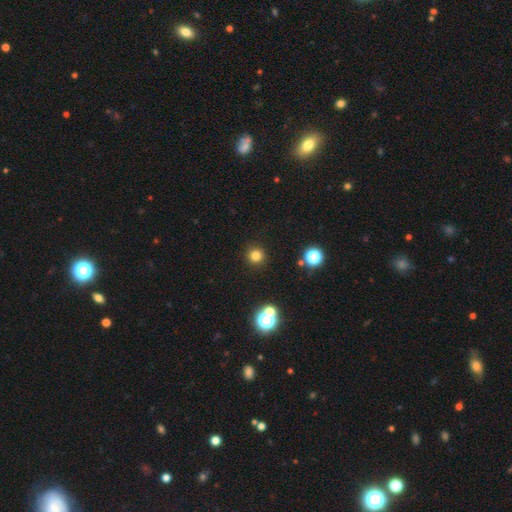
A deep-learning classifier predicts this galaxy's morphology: A smooth galaxy with no disk features (78%) that is round (96%).

Vote fractions:
- Smooth or featured? smooth: 78% / star or artifact: 16% / featured or disk: 5%
- How rounded? round: 96% / in between: 3% / cigar-shaped: 1%
- Merging? none: 91% / minor disturbance: 5% / major disturbance: 2% / merger: 2%